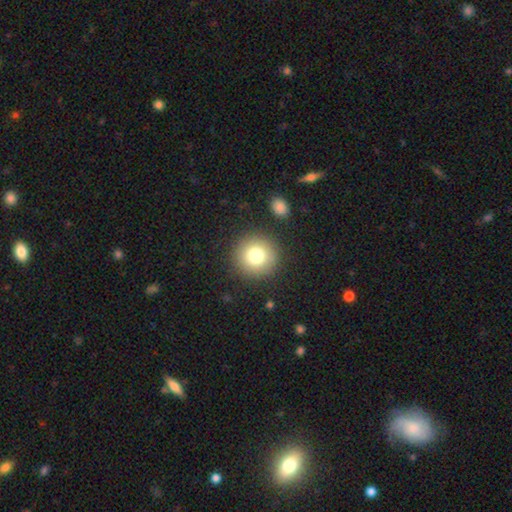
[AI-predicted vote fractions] Smooth or featured? smooth (78%)
How rounded? round (95%)
Merging? none (88%)